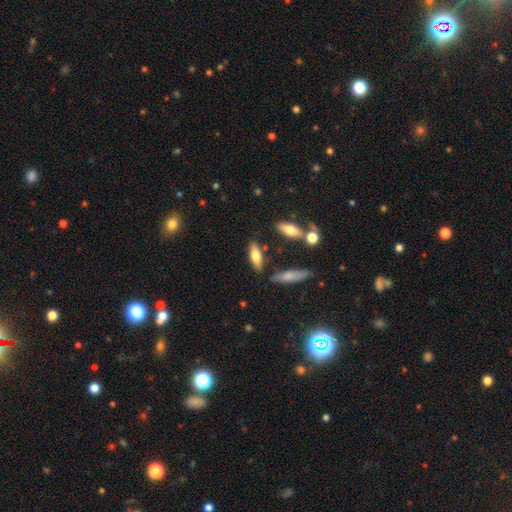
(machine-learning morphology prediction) Smooth or featured? smooth (69%)
How rounded? in between (59%)
Merging? none (75%)